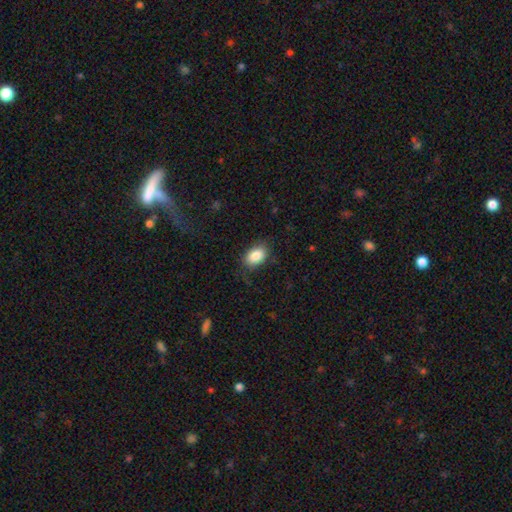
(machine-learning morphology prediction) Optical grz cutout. It shows a smooth galaxy with no disk features (86%) that is in between round and cigar-shaped (88%). Merging: none (79%).